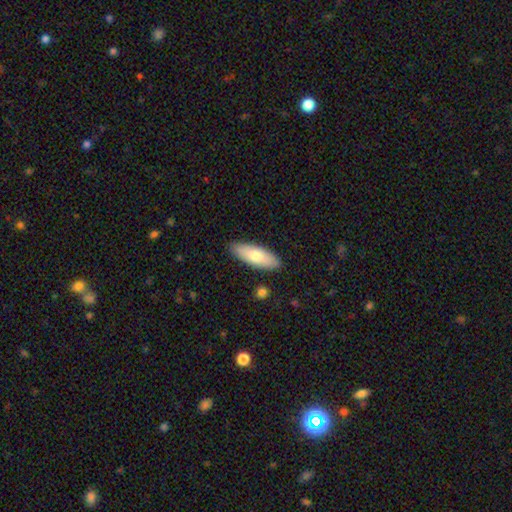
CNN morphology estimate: This appears to be a smooth galaxy with no disk features (72%) that is in between round and cigar-shaped (66%). Merging: none (87%).